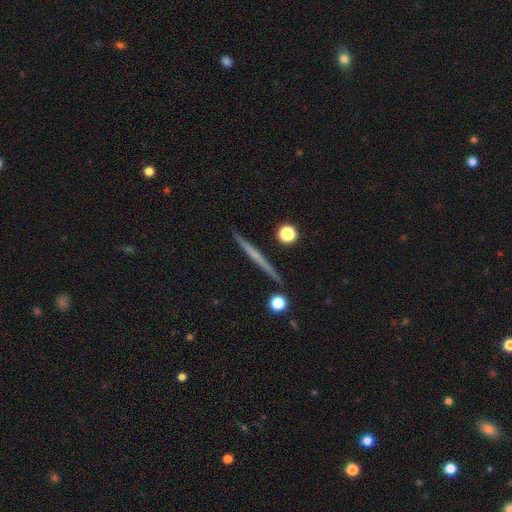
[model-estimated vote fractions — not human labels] featured or disk 54%, smooth 39%, star or artifact 7%. Down the decision tree: edge-on disk — yes (97%); edge-on bulge — none (87%); merging — none (91%).